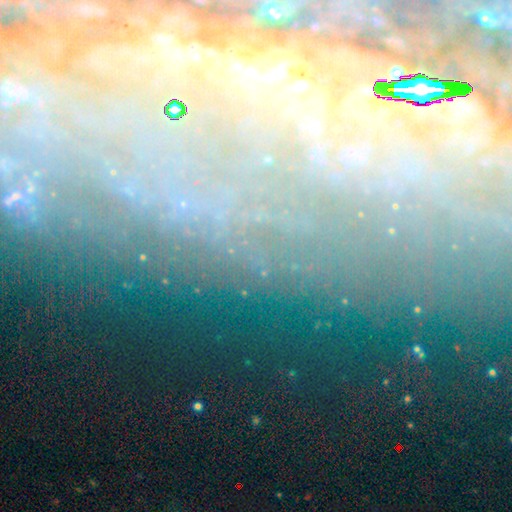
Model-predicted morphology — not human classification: Smooth or featured? star or artifact (52%)